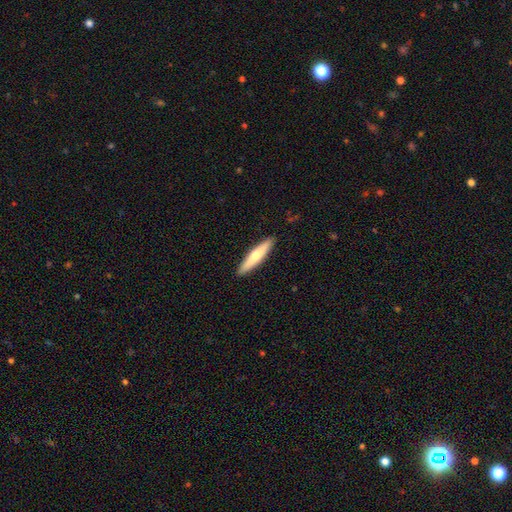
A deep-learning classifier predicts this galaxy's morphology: Overall: smooth (64%; featured or disk 31%). How rounded: cigar-shaped (87%). Merging: none (91%).